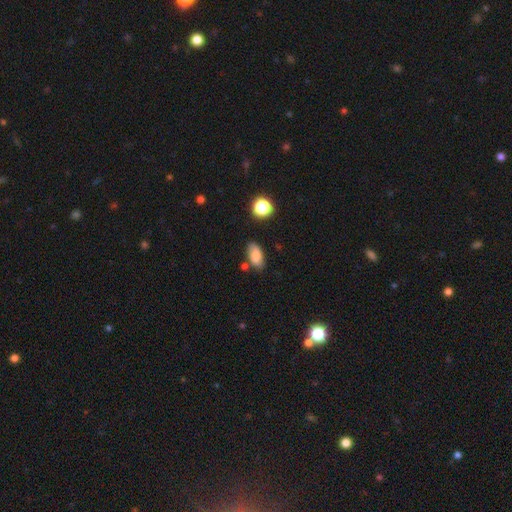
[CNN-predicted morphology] smooth_or_featured: smooth (p=0.81) [alt: featured or disk p=0.10]
how_rounded: in between (p=0.89) [alt: cigar-shaped p=0.06]
merging: none (p=0.75) [alt: minor disturbance p=0.16]